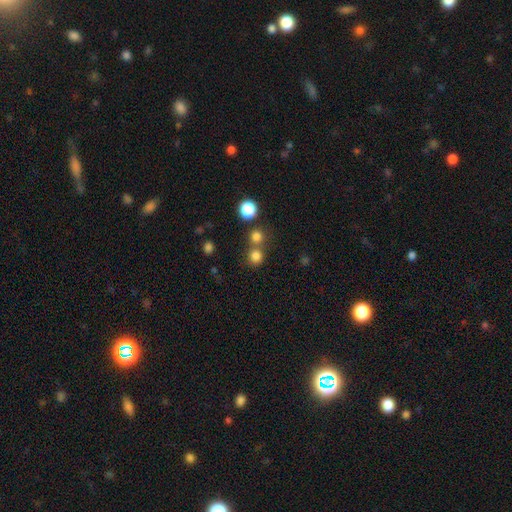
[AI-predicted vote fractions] This appears to be a smooth galaxy with no disk features (79%) that is round (91%). Merging: none (63%).